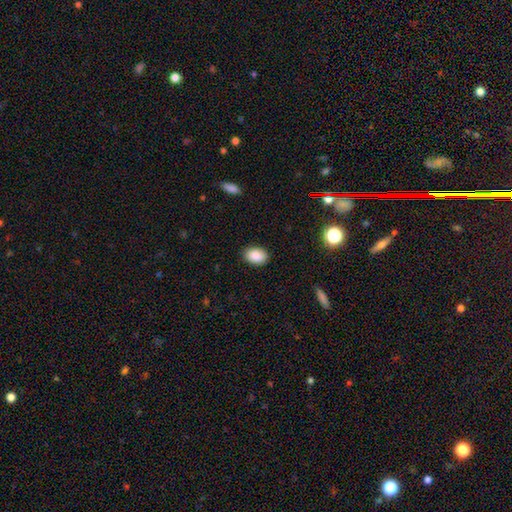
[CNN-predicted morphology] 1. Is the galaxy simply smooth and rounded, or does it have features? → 88% smooth, 8% star or artifact, 4% featured or disk.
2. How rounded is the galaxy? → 84% in between, 15% round, 1% cigar-shaped.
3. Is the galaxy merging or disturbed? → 88% none, 9% minor disturbance, 2% major disturbance, 1% merger.